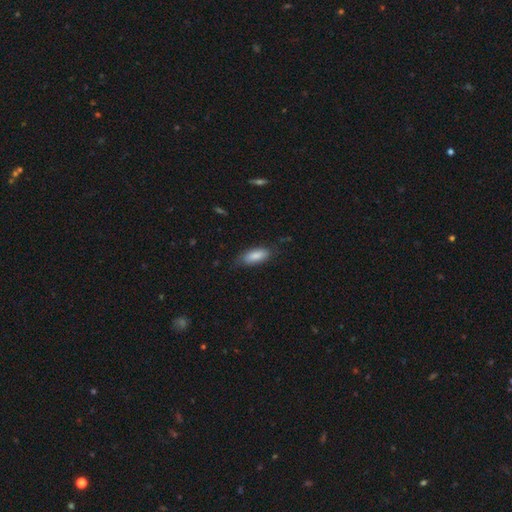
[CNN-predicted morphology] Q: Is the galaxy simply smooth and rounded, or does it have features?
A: smooth — 85%.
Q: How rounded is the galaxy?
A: in between — 77%.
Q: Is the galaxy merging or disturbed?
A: none — 74%.